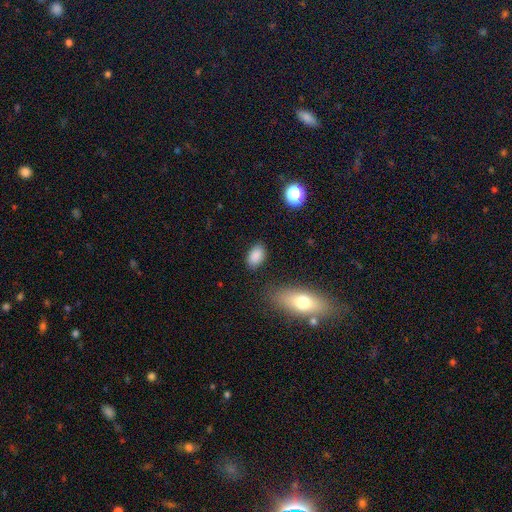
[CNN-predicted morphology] Overall: smooth (87%). How rounded: in between (89%). Merging: none (84%).